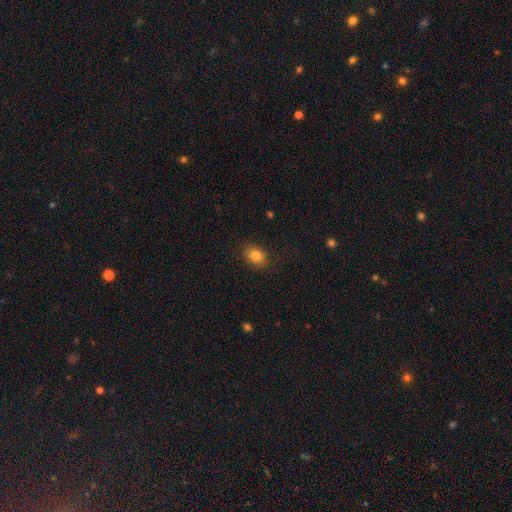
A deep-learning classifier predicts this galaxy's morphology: Smooth or featured: smooth — 83% (star or artifact — 10%)
How rounded: in between — 66% (round — 33%)
Merging: none — 87% (minor disturbance — 10%)